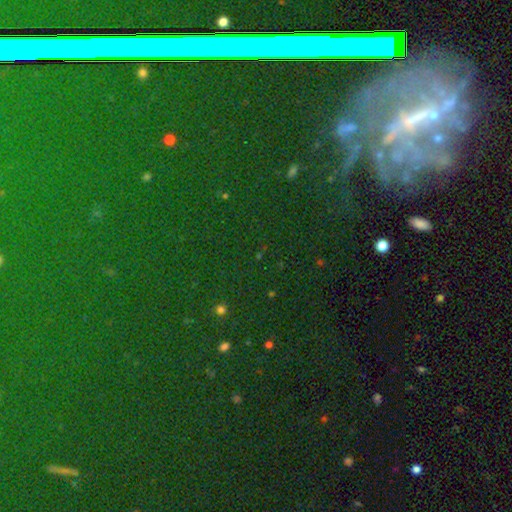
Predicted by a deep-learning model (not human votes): Smooth or featured: star or artifact — 66% (featured or disk — 19%)